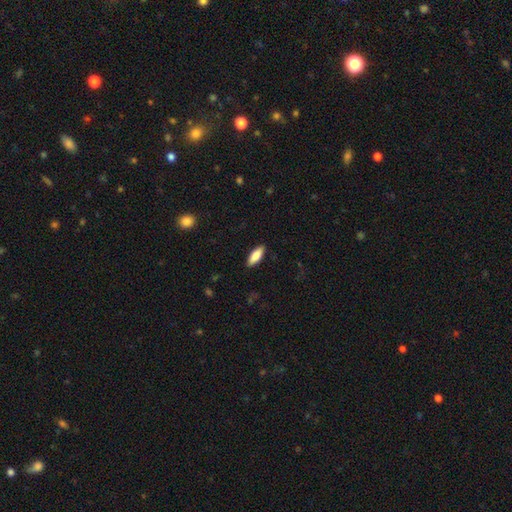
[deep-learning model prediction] The model was most divided on "how rounded": in between: 64%, cigar-shaped: 34%, round: 2%. More confident: merging — none (89%); smooth or featured — smooth (81%).